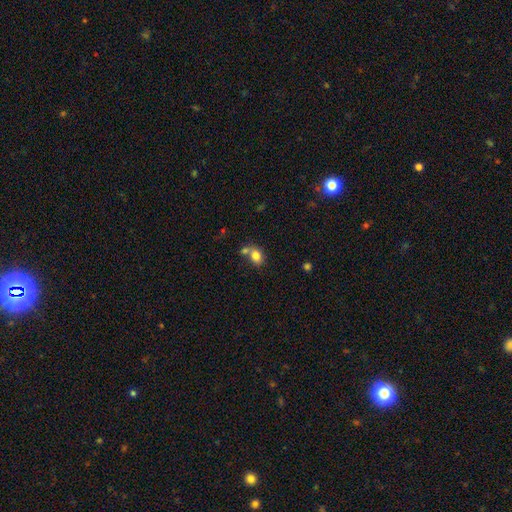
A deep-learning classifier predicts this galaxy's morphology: type=smooth (80%); roundness=in between (58%); merging=none (46%).